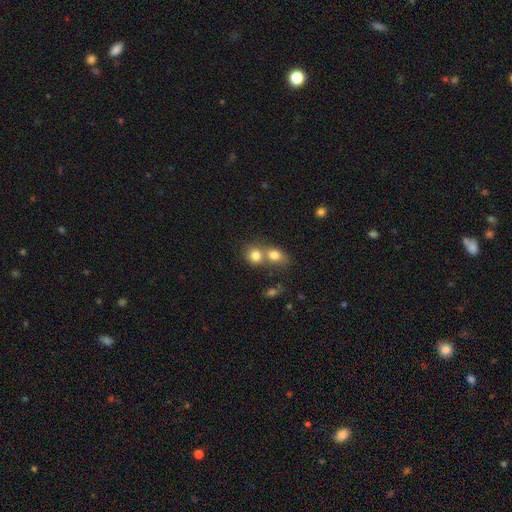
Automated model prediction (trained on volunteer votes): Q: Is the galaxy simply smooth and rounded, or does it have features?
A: smooth — 79%.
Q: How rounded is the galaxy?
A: round — 74%.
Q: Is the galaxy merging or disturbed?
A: merger — 59%.